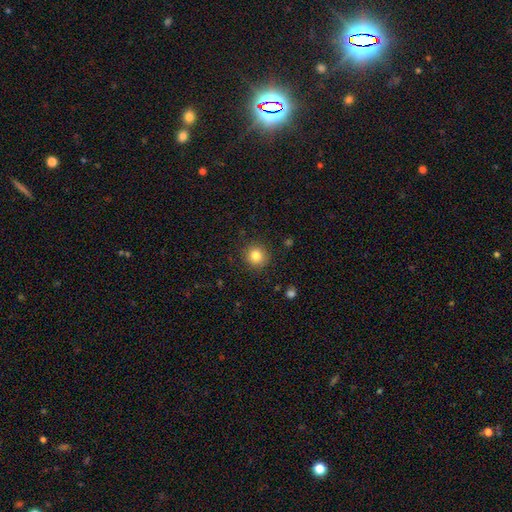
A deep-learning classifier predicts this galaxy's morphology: Smooth or featured: smooth — 82% (star or artifact — 11%)
How rounded: round — 92% (in between — 7%)
Merging: none — 90% (minor disturbance — 7%)